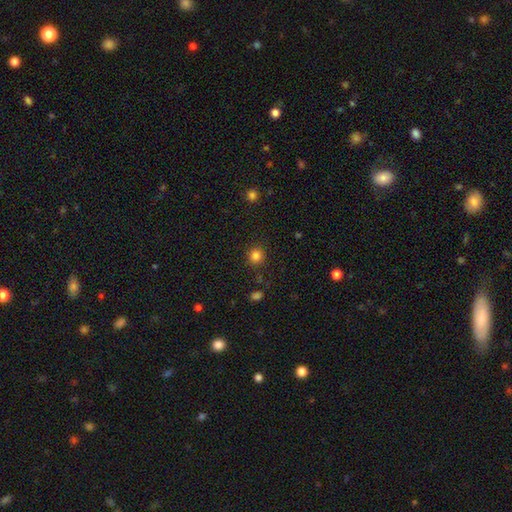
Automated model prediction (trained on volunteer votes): Overall: smooth (83%). How rounded: round (92%). Merging: none (89%).